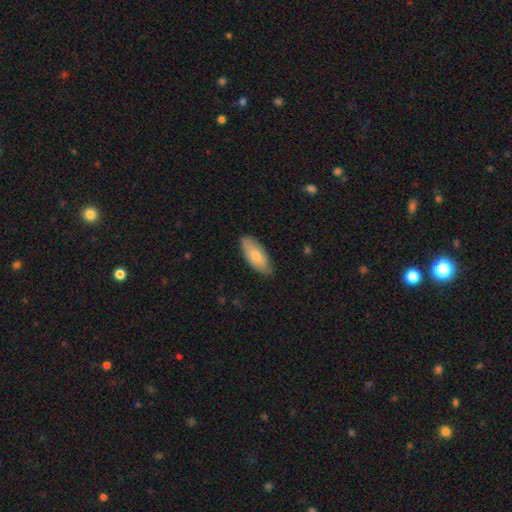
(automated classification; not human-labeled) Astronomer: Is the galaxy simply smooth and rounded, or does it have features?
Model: smooth — 75%.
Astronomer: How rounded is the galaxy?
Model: in between — 87%.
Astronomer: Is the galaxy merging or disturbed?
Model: none — 78%.